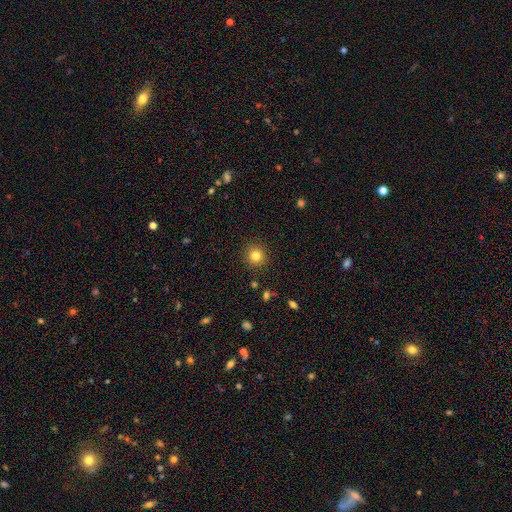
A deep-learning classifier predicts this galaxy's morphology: This appears to be a smooth galaxy with no disk features (81%) that is round (94%). Merging: none (91%).